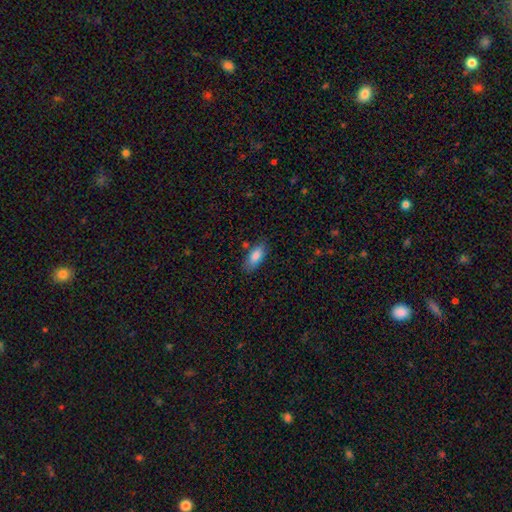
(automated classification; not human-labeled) Smooth or featured? smooth (85%)
How rounded? in between (83%)
Merging? none (77%)